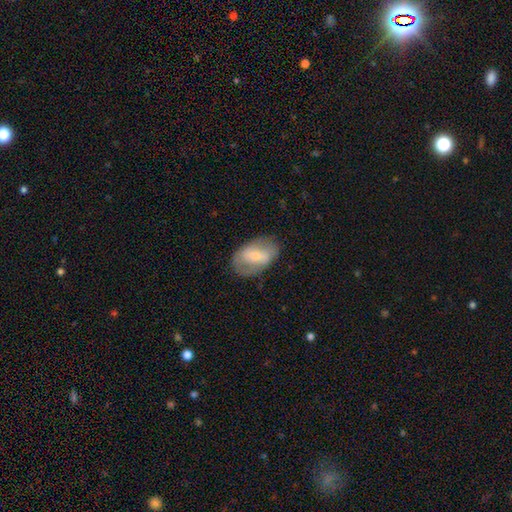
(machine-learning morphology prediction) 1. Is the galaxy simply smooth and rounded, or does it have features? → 47% featured or disk, 46% smooth, 7% star or artifact.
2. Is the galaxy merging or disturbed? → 74% none, 18% minor disturbance, 7% major disturbance, 1% merger.